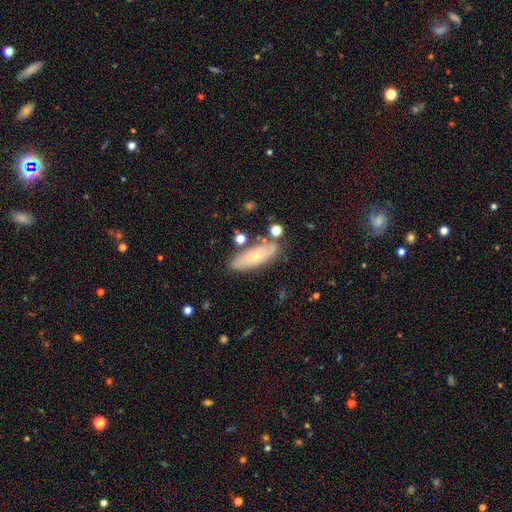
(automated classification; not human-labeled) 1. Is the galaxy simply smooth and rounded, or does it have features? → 52% smooth, 41% featured or disk, 8% star or artifact.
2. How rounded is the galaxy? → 65% in between, 32% cigar-shaped, 3% round.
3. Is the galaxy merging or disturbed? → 74% none, 16% minor disturbance, 5% merger, 4% major disturbance.